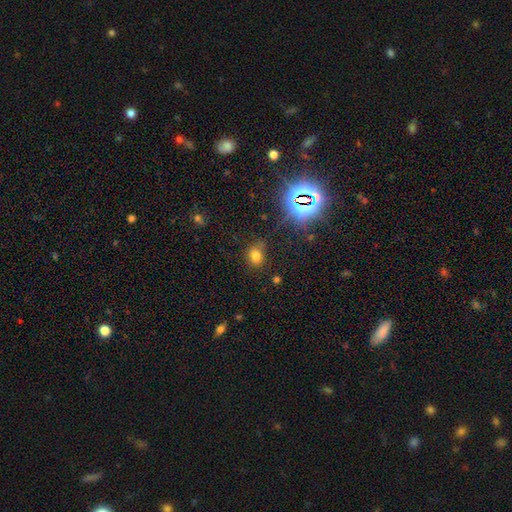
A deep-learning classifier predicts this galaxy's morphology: The model was most divided on "how rounded": round: 56%, in between: 43%, cigar-shaped: 1%. More confident: merging — none (74%); smooth or featured — smooth (70%).